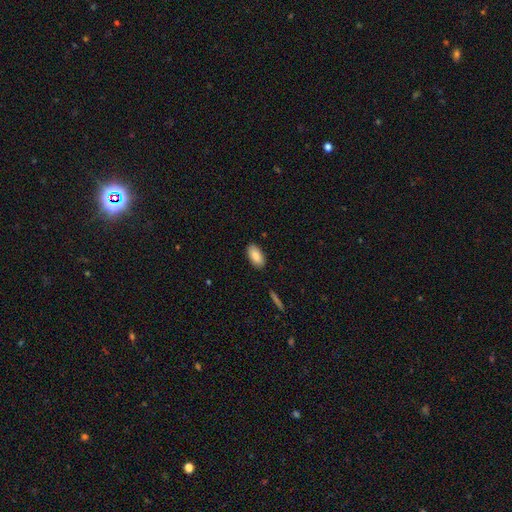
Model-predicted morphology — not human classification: type=smooth (86%); roundness=in between (93%); merging=none (87%).